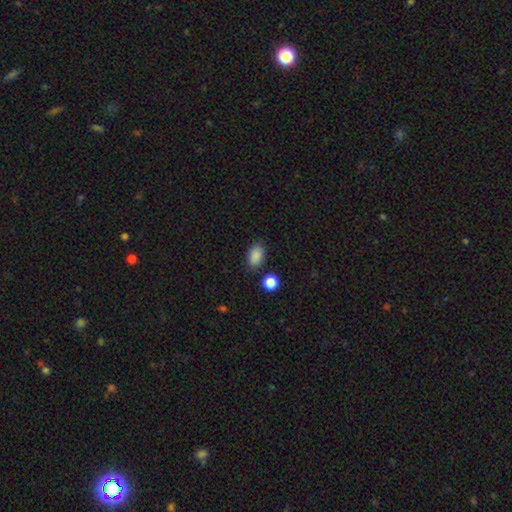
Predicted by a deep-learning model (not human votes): smooth-or-featured: smooth: 88% | star or artifact: 9% | featured or disk: 3%
  how-rounded: in between: 88% | round: 10% | cigar-shaped: 2%
  merging: none: 85% | minor disturbance: 10% | merger: 3% | major disturbance: 3%